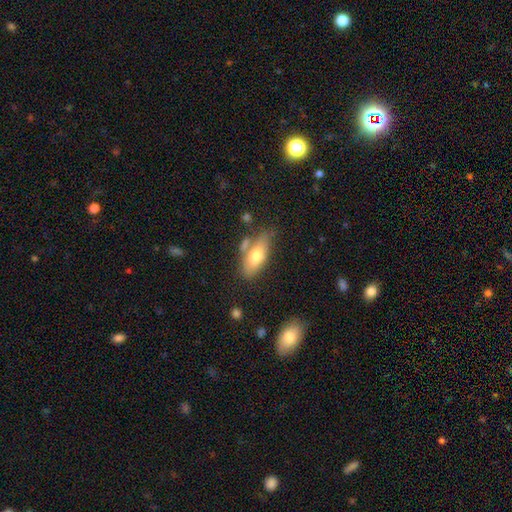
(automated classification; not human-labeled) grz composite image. It shows a smooth galaxy with no disk features (67%) that is in between round and cigar-shaped (78%). Merging: none (58%).